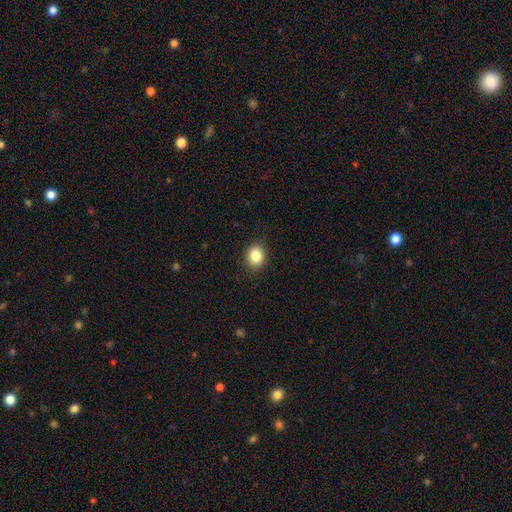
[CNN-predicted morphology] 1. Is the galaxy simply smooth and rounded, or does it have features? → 85% smooth, 10% star or artifact, 5% featured or disk.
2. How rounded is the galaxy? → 62% round, 37% in between, 1% cigar-shaped.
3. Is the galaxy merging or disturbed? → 89% none, 8% minor disturbance, 2% major disturbance, 1% merger.